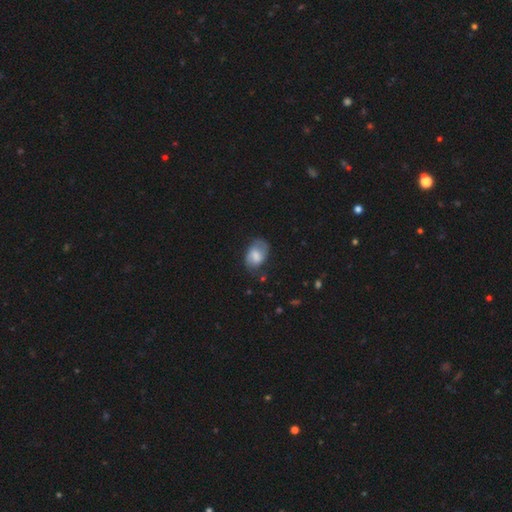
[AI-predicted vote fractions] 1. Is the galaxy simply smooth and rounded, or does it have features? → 47% smooth, 45% featured or disk, 8% star or artifact.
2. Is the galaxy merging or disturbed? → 61% none, 26% minor disturbance, 11% major disturbance, 2% merger.